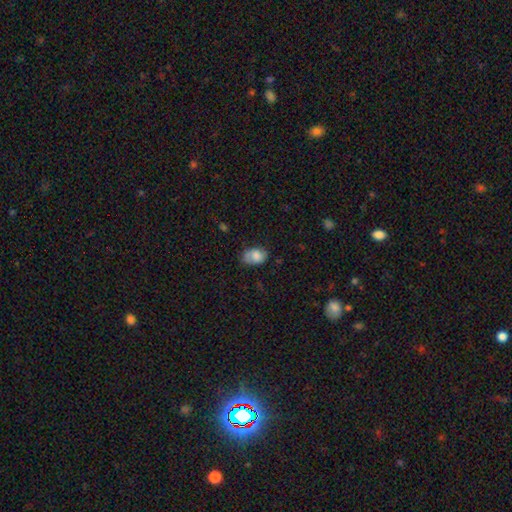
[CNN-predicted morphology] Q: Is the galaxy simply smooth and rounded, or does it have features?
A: smooth — 77%.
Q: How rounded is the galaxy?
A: in between — 82%.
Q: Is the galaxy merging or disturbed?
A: none — 59%.